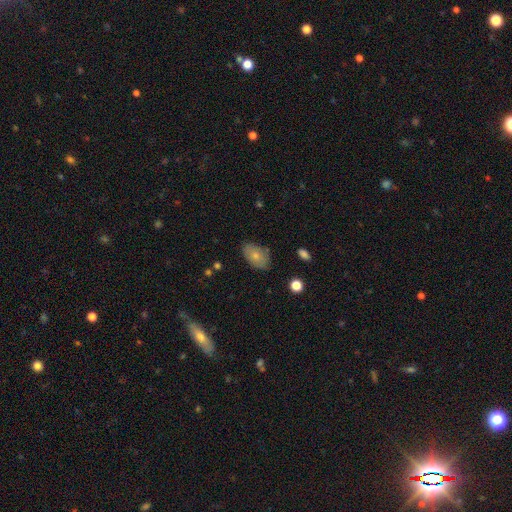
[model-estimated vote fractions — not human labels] Morphology: type=smooth (74%); roundness=in between (90%); merging=none (77%).